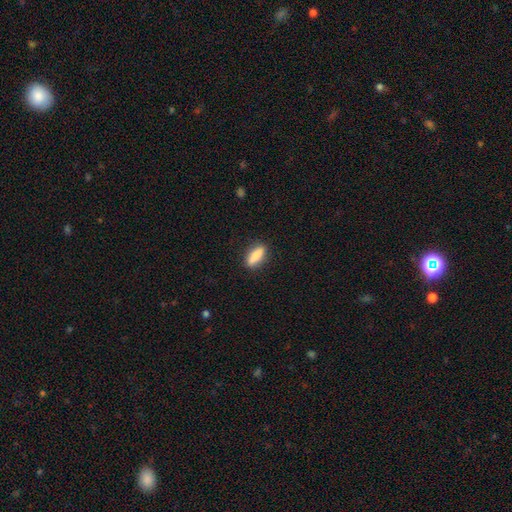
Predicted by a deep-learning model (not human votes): Morphology: type=smooth (81%); roundness=cigar-shaped (49%); merging=none (87%).